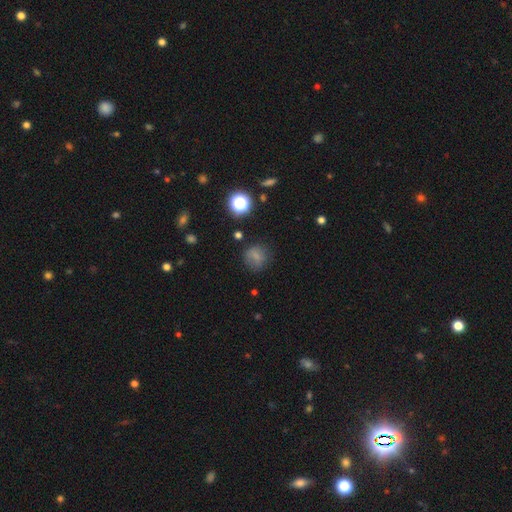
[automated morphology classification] Smooth or featured? Predicted: smooth (p=0.69). How rounded? Predicted: round (p=0.79). Merging? Predicted: none (p=0.73).